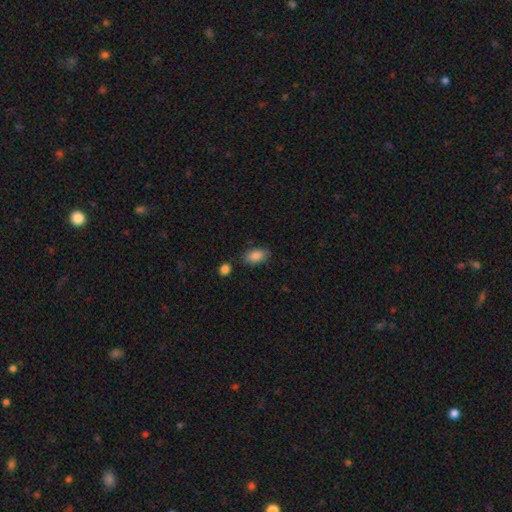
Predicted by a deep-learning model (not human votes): Q: Smooth or featured?
A: smooth (88%); runner-up: star or artifact (8%)
Q: How rounded?
A: in between (91%); runner-up: round (6%)
Q: Merging?
A: none (79%); runner-up: minor disturbance (13%)